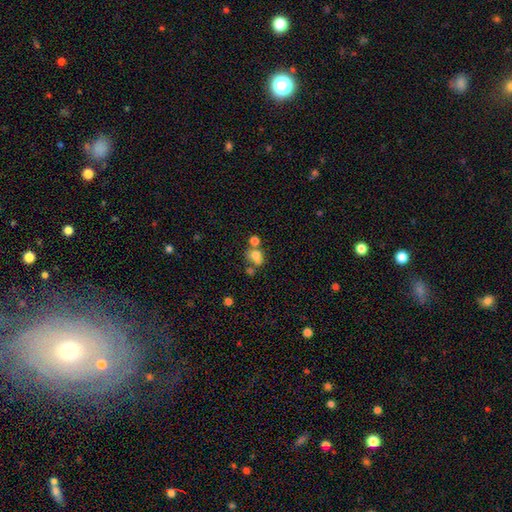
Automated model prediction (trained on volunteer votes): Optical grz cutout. It shows a smooth galaxy with no disk features (70%) that is in between round and cigar-shaped (53%). Merging: merger (44%).